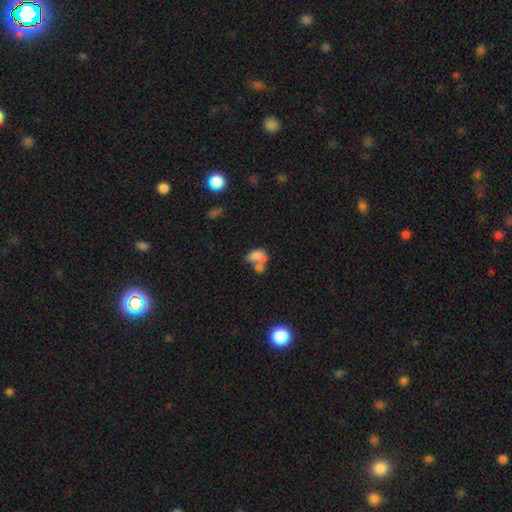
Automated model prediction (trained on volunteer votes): A smooth galaxy with no disk features (64%) that is in between round and cigar-shaped (79%). Merging: merger (61%).